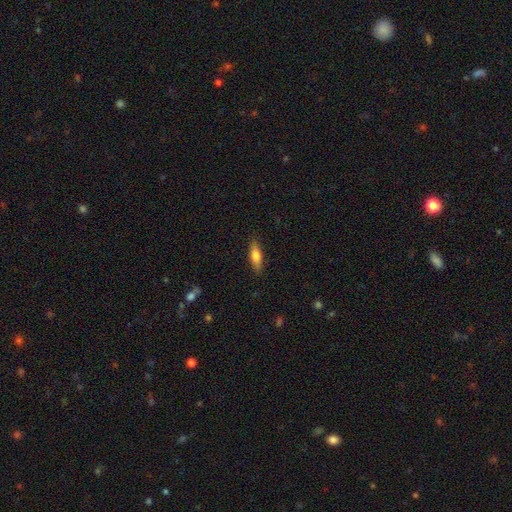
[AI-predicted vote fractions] This is likely a smooth galaxy (72%). How rounded: possibly cigar-shaped (49%, tied with in between). Merging: clearly none (86%).